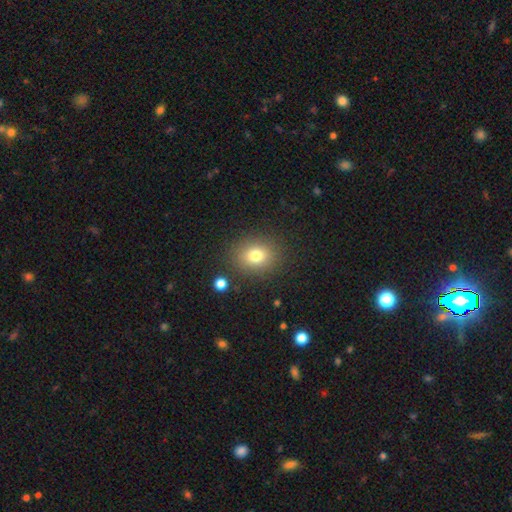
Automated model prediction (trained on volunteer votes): Smooth or featured: smooth — 77% (star or artifact — 14%)
How rounded: round — 64% (in between — 35%)
Merging: none — 86% (minor disturbance — 9%)